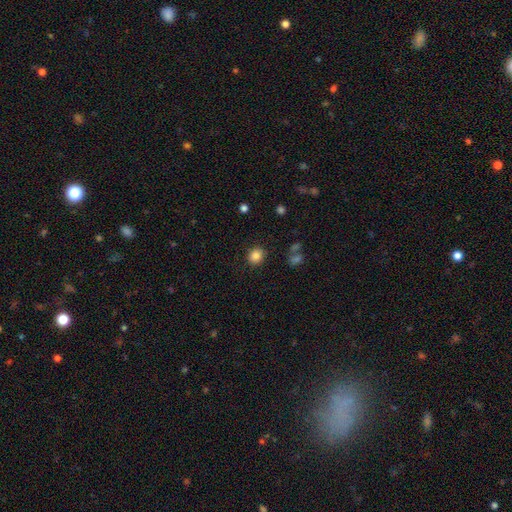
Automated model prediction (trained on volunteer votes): A smooth galaxy with no disk features (85%) that is round (74%).

Vote fractions:
- Smooth or featured? smooth: 85% / star or artifact: 11% / featured or disk: 5%
- How rounded? round: 74% / in between: 25% / cigar-shaped: 1%
- Merging? none: 87% / minor disturbance: 8% / major disturbance: 3% / merger: 2%